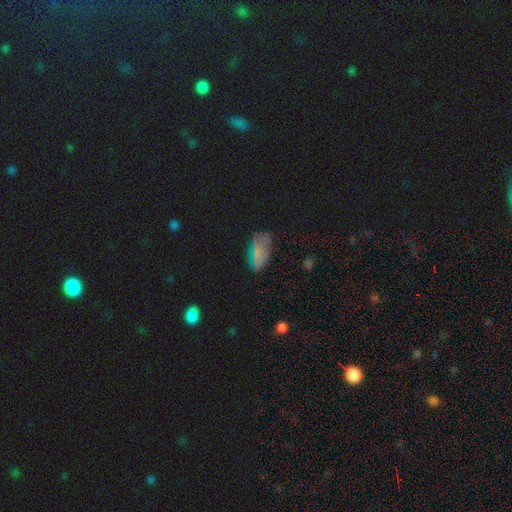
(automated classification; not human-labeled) Smooth or featured? smooth (56%)
How rounded? in between (88%)
Merging? none (65%)